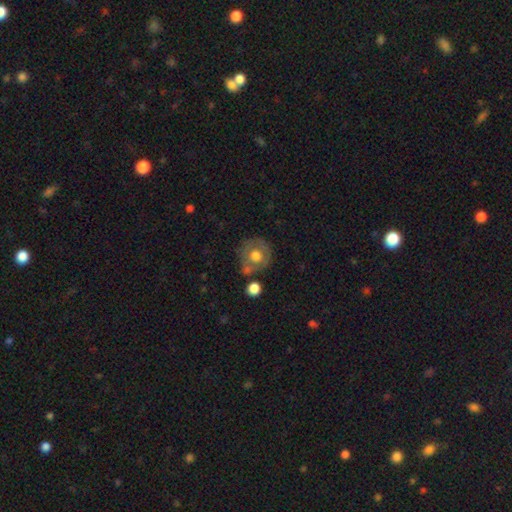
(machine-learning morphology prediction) smooth_or_featured: smooth (p=0.58) [alt: featured or disk p=0.35]
how_rounded: round (p=0.89) [alt: in between p=0.10]
merging: none (p=0.65) [alt: minor disturbance p=0.17]